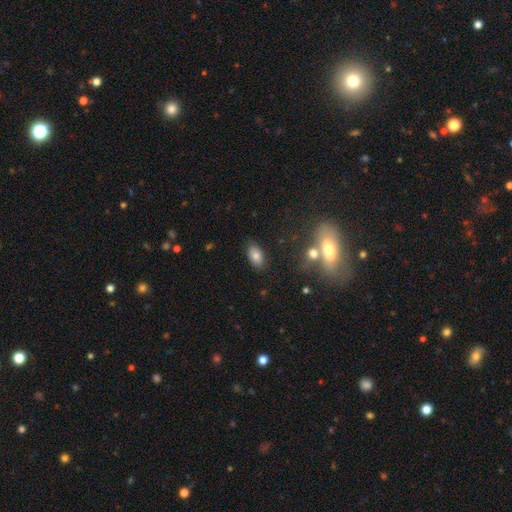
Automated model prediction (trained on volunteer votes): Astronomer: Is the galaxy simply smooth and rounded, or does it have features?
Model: smooth — 78%.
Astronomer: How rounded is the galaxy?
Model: in between — 91%.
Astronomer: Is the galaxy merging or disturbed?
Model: none — 83%.